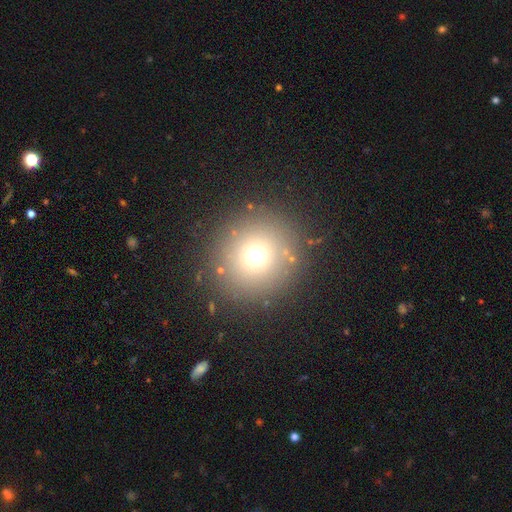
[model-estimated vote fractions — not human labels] A smooth galaxy with no disk features (69%) that is round (94%).

Vote fractions:
- Smooth or featured? smooth: 69% / star or artifact: 19% / featured or disk: 12%
- How rounded? round: 94% / in between: 5% / cigar-shaped: 1%
- Merging? none: 86% / minor disturbance: 7% / major disturbance: 4% / merger: 3%